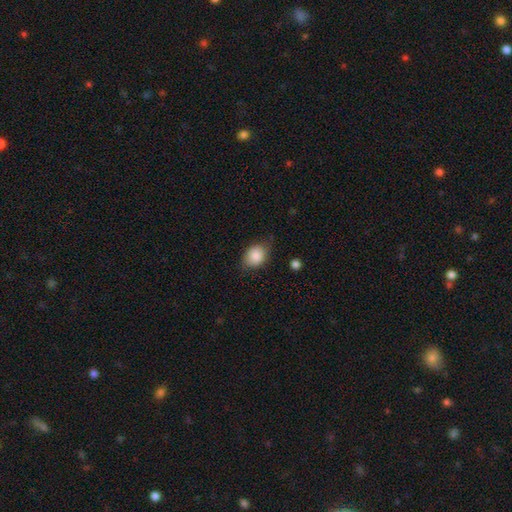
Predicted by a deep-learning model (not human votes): smooth-or-featured: smooth: 85% | star or artifact: 8% | featured or disk: 8%
  how-rounded: in between: 63% | round: 35% | cigar-shaped: 1%
  merging: none: 69% | minor disturbance: 24% | major disturbance: 5% | merger: 2%